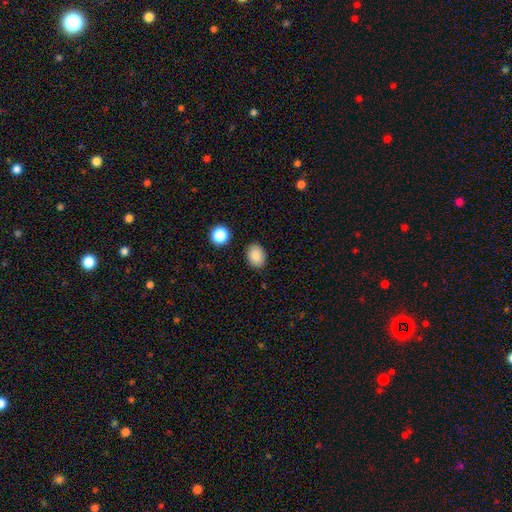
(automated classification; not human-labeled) Smooth or featured: smooth — 86% (star or artifact — 8%)
How rounded: in between — 69% (round — 30%)
Merging: none — 87% (minor disturbance — 9%)